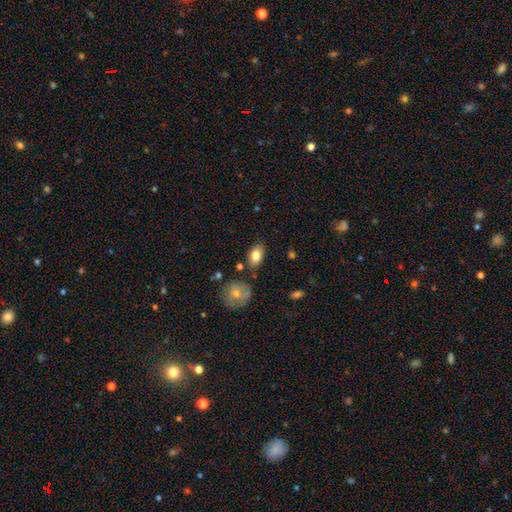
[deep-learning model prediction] smooth 79%, featured or disk 13%, star or artifact 8%. Down the decision tree: how rounded — in between (87%); merging — none (81%).